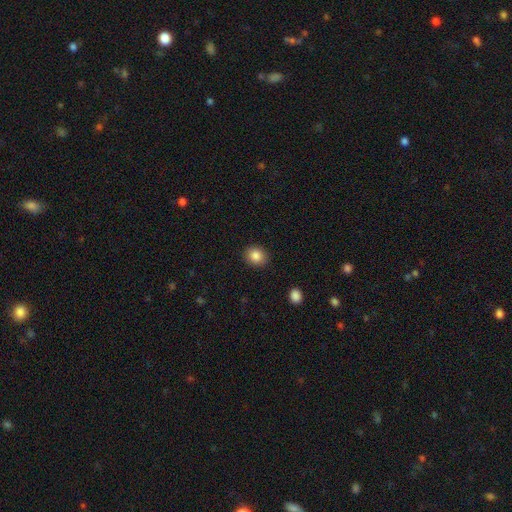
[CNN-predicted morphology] smooth-or-featured: smooth: 85% | star or artifact: 9% | featured or disk: 5%
  how-rounded: round: 70% | in between: 29% | cigar-shaped: 1%
  merging: none: 90% | minor disturbance: 7% | major disturbance: 2% | merger: 1%